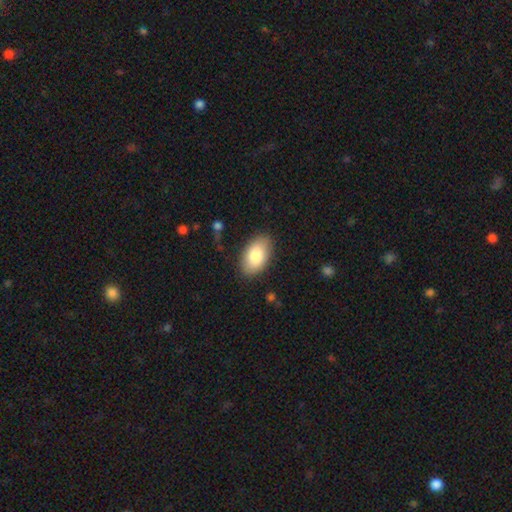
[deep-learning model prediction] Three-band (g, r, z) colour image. It shows a smooth galaxy with no disk features (84%) that is in between round and cigar-shaped (94%). Merging: none (85%).